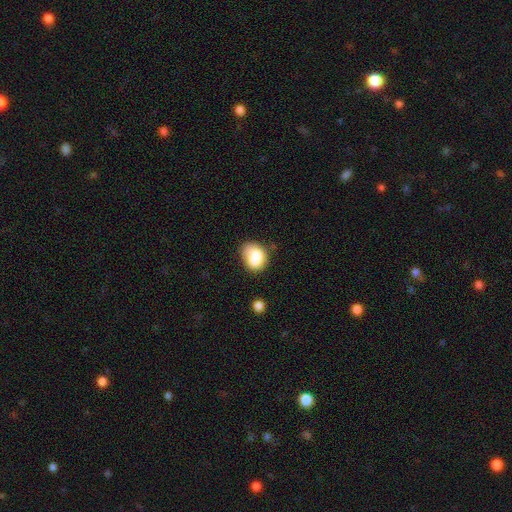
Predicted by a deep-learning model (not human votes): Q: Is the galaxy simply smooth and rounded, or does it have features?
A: smooth — 81%.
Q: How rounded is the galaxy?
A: in between — 61%.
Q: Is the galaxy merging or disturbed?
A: none — 54%.